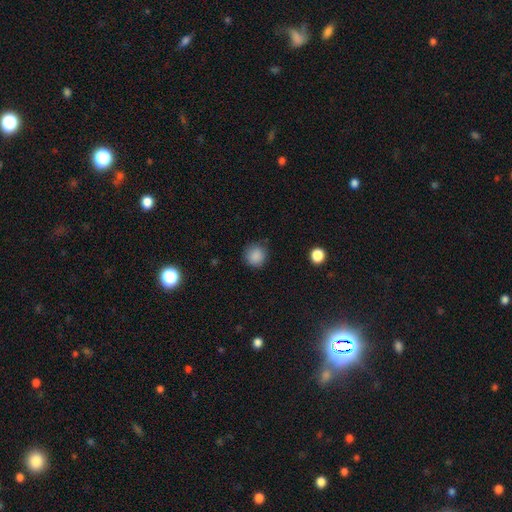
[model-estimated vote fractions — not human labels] Overall: smooth (87%). How rounded: round (92%). Merging: none (83%).